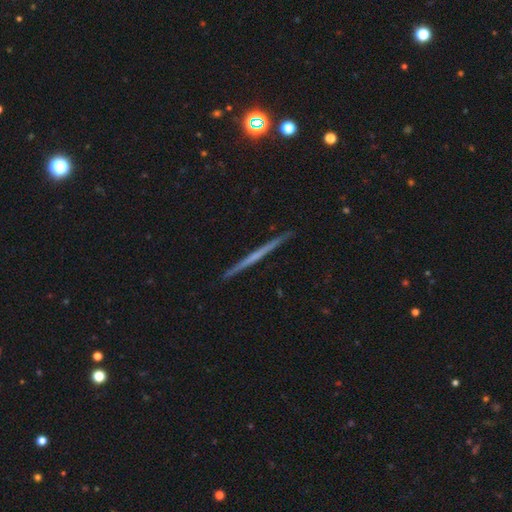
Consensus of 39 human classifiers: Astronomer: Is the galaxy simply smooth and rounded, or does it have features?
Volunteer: featured or disk — 56% (runner-up: smooth, 44%).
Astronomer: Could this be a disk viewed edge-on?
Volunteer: yes — 95%.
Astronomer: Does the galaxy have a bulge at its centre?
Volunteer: none — 95%.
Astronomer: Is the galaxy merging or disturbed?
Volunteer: none — 92%.